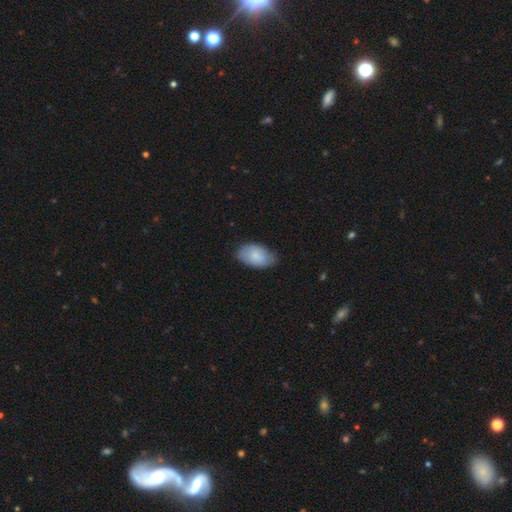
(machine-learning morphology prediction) smooth 83%, featured or disk 12%, star or artifact 6%. Down the decision tree: how rounded — in between (93%); merging — none (72%).